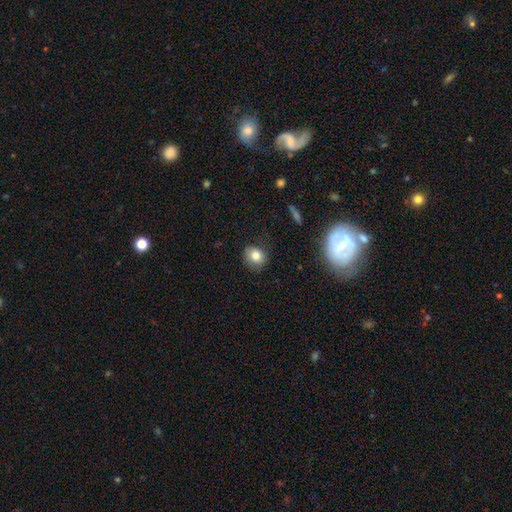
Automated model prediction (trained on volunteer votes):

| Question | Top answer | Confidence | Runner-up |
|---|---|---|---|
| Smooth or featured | smooth | 79% | star or artifact (11%) |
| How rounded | round | 71% | in between (28%) |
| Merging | none | 80% | minor disturbance (15%) |